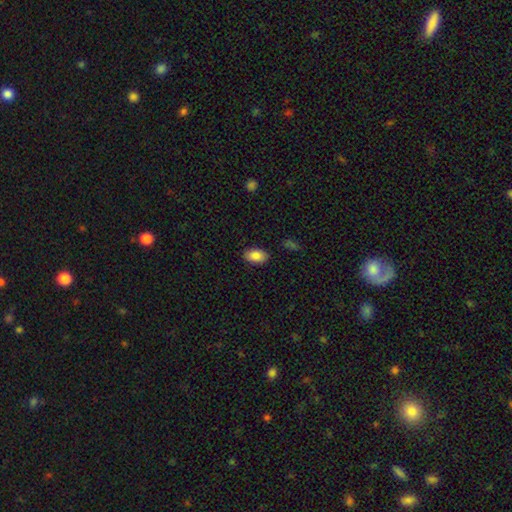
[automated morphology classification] This appears to be a smooth galaxy with no disk features (86%) that is in between round and cigar-shaped (92%). Merging: none (86%).